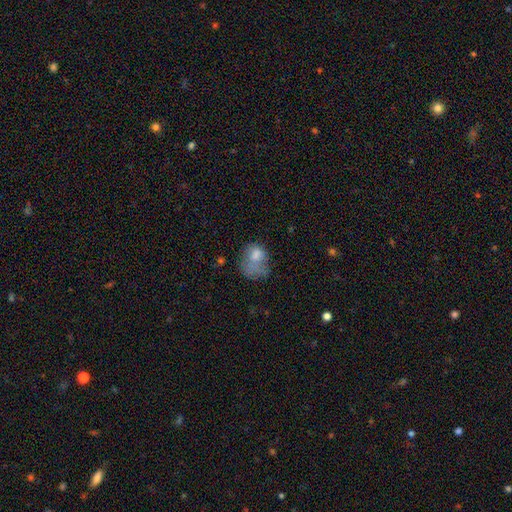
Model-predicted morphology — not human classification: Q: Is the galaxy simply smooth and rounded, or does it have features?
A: smooth — 63%.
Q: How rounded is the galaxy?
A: in between — 50%.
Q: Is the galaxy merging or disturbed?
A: major disturbance — 37%.